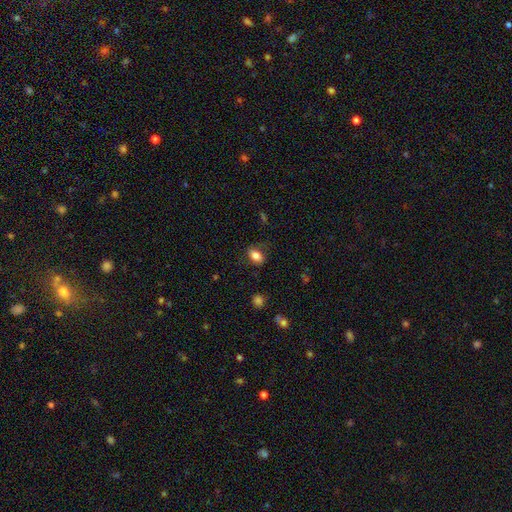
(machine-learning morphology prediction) type=smooth (81%); roundness=in between (81%); merging=none (77%).